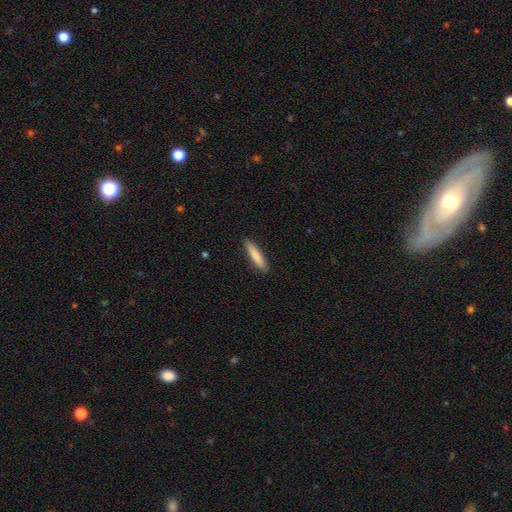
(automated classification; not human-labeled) This appears to be a smooth galaxy with no disk features (82%) that is cigar-shaped (84%). Merging: none (89%).